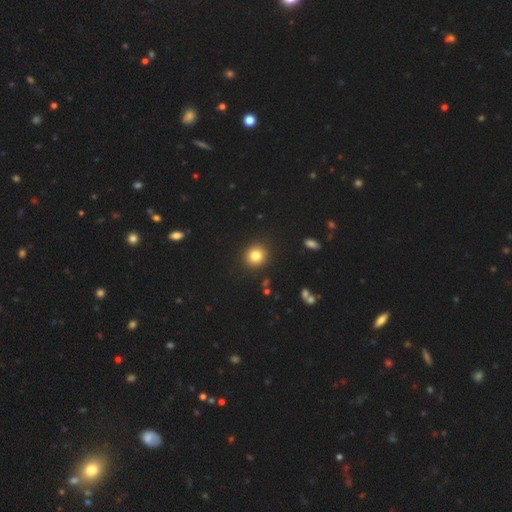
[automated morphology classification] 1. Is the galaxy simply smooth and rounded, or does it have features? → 82% smooth, 12% star or artifact, 7% featured or disk.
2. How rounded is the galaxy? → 87% round, 12% in between, 1% cigar-shaped.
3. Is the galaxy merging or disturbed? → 91% none, 6% minor disturbance, 2% major disturbance, 2% merger.